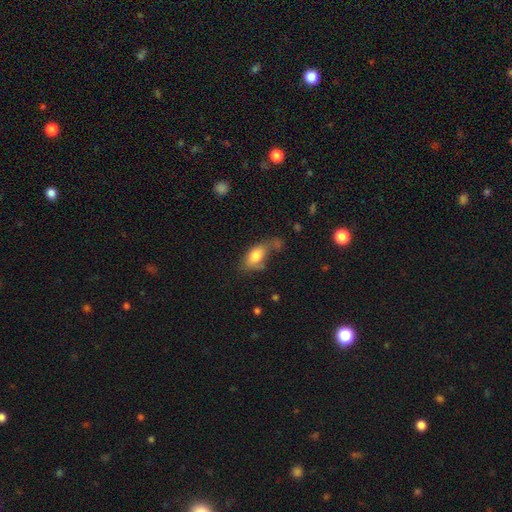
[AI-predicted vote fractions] Q: Smooth or featured?
A: smooth (78%); runner-up: featured or disk (14%)
Q: How rounded?
A: in between (87%); runner-up: round (8%)
Q: Merging?
A: none (38%); runner-up: minor disturbance (26%)